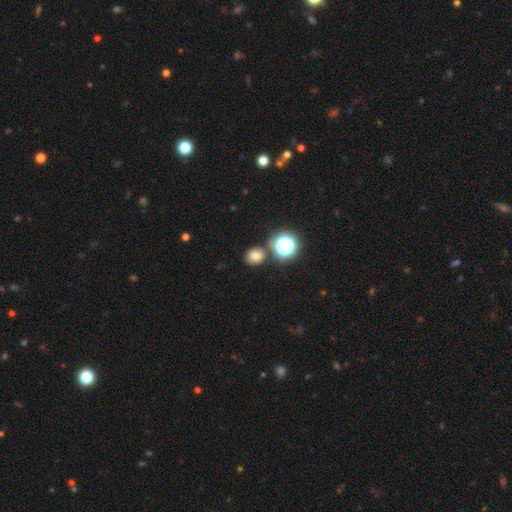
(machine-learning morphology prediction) Smooth or featured: smooth — 72% (star or artifact — 19%)
How rounded: round — 63% (in between — 36%)
Merging: none — 78% (minor disturbance — 10%)